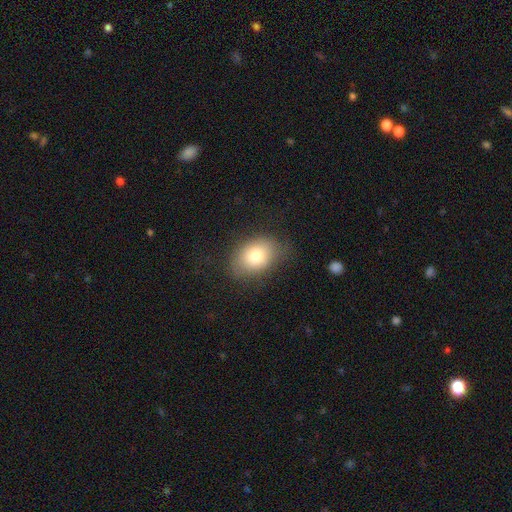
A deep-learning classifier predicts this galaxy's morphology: smooth 79%, featured or disk 12%, star or artifact 9%. Down the decision tree: how rounded — in between (75%); merging — none (74%).